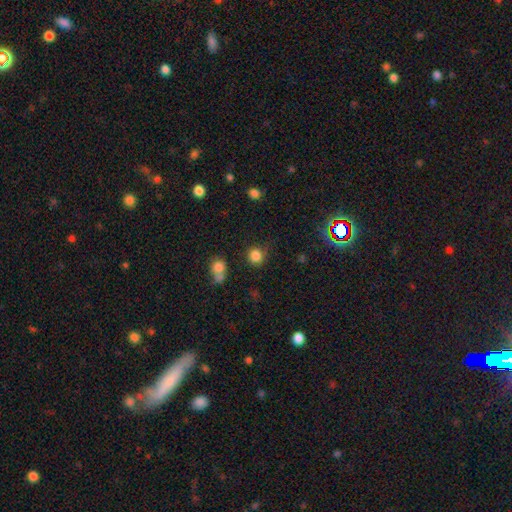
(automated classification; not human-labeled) Overall: smooth (83%). How rounded: round (90%). Merging: none (74%).